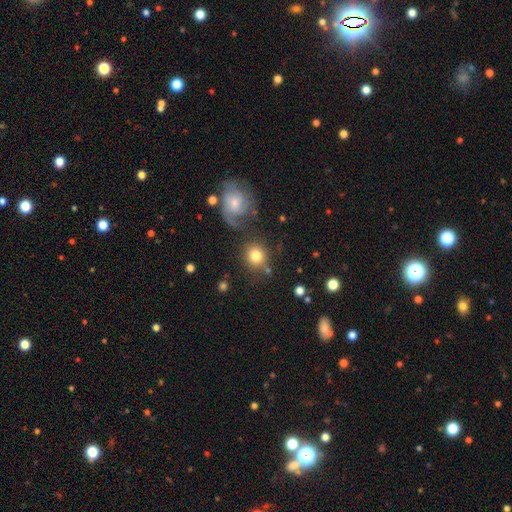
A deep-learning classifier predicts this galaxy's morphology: type=smooth (78%); roundness=round (85%); merging=none (69%).